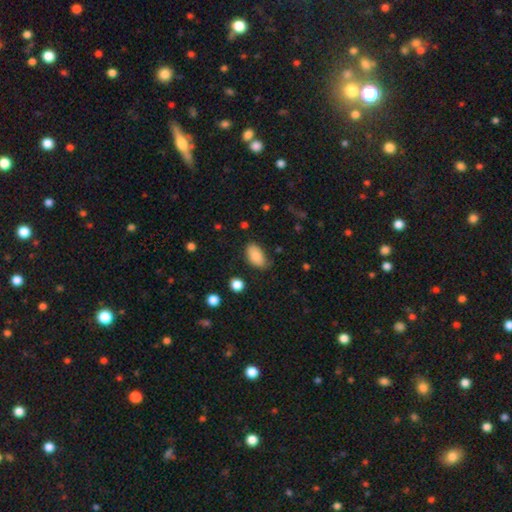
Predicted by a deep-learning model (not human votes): Smooth or featured? Predicted: smooth (p=0.84). How rounded? Predicted: in between (p=0.94). Merging? Predicted: none (p=0.71).